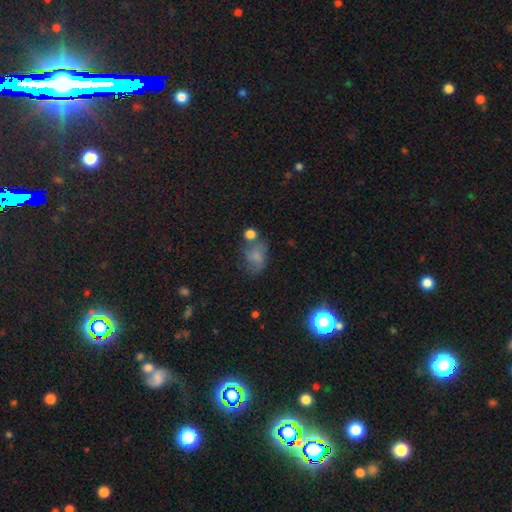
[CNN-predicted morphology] smooth_or_featured: smooth (p=0.62) [alt: featured or disk p=0.23]
how_rounded: in between (p=0.70) [alt: round p=0.28]
merging: none (p=0.40) [alt: minor disturbance p=0.26]